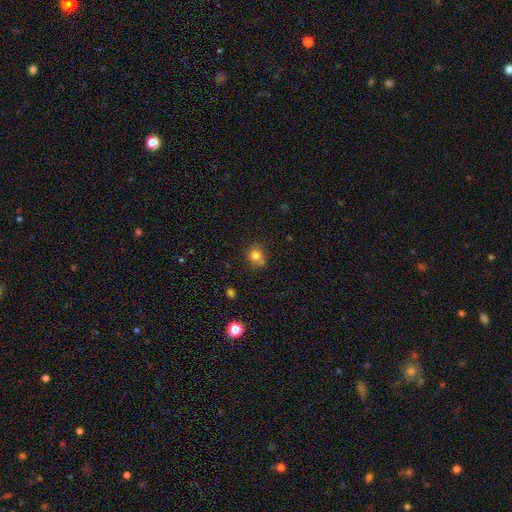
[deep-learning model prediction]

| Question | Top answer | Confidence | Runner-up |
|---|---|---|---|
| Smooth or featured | smooth | 79% | star or artifact (12%) |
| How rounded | round | 75% | in between (24%) |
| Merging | none | 59% | minor disturbance (18%) |